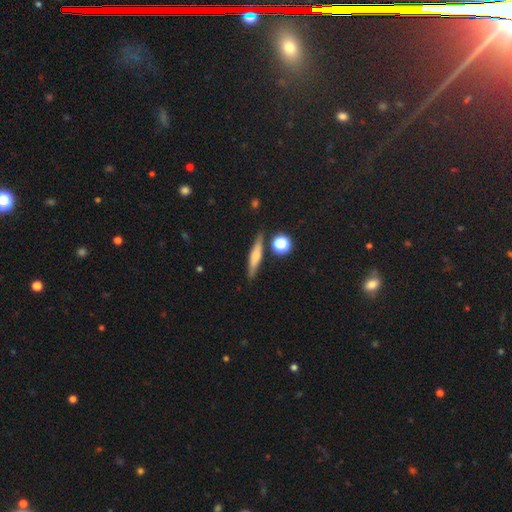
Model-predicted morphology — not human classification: Smooth or featured? smooth (49%)
Merging? none (83%)